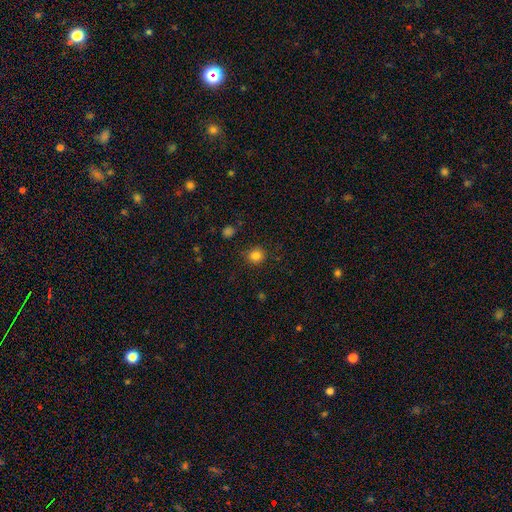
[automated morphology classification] A smooth galaxy with no disk features (83%) that is round (88%). Merging: none (88%).